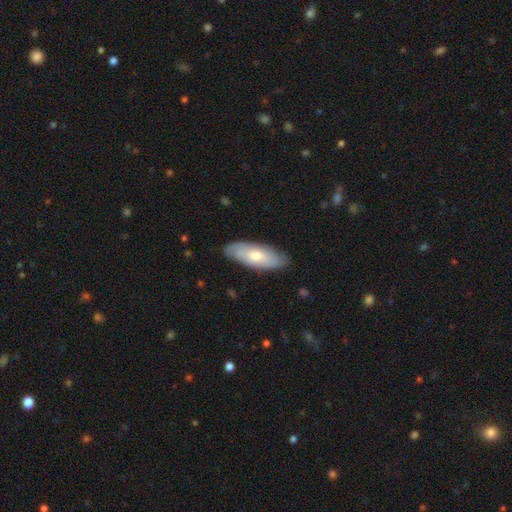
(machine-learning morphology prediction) Q: Smooth or featured?
A: smooth (53%); runner-up: featured or disk (41%)
Q: How rounded?
A: in between (73%); runner-up: cigar-shaped (25%)
Q: Merging?
A: none (82%); runner-up: minor disturbance (15%)